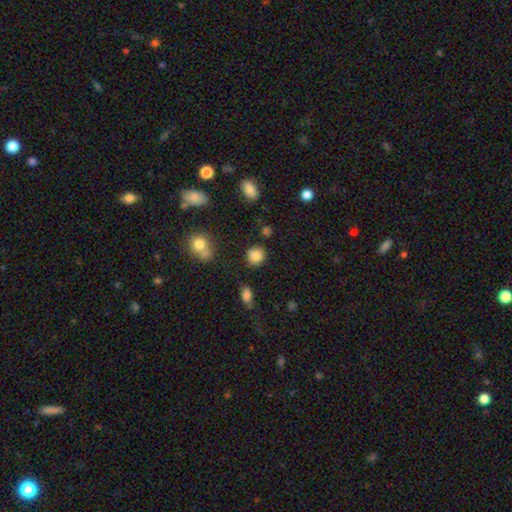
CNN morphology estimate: Overall: smooth (84%). How rounded: round (82%). Merging: none (83%).